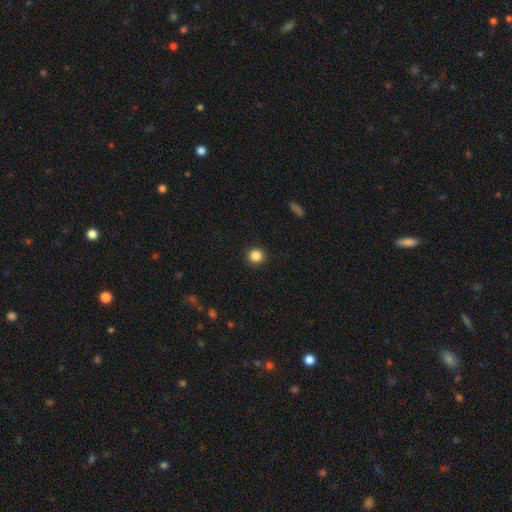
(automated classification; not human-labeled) smooth 86%, star or artifact 11%, featured or disk 4%. Down the decision tree: how rounded — round (93%); merging — none (92%).